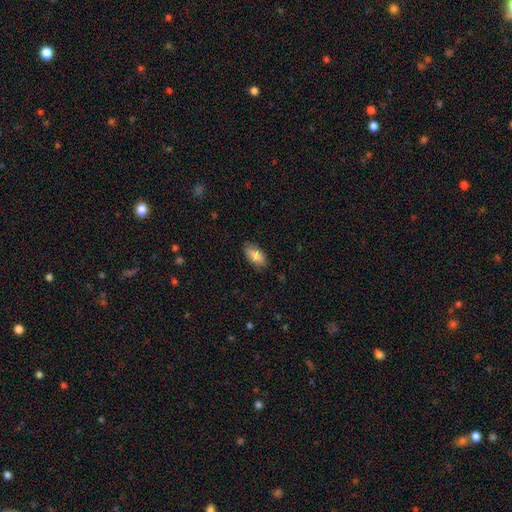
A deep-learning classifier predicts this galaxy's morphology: Overall: smooth (84%). How rounded: in between (92%). Merging: none (80%).